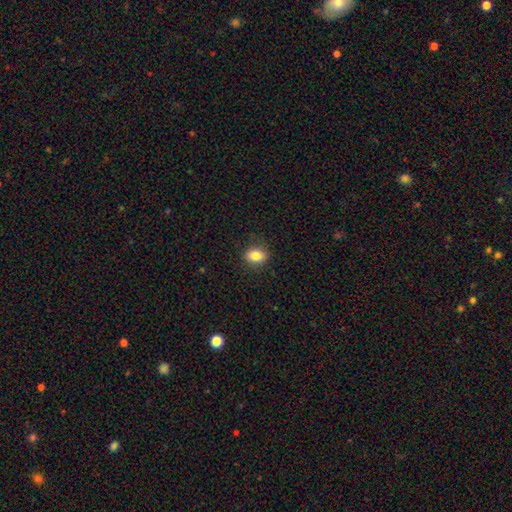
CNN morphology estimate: Smooth or featured?
  - smooth: 82% *
  - star or artifact: 9%
  - featured or disk: 9%
How rounded?
  - in between: 74% *
  - round: 23%
  - cigar-shaped: 2%
Merging?
  - none: 85% *
  - minor disturbance: 12%
  - major disturbance: 3%
  - merger: 1%